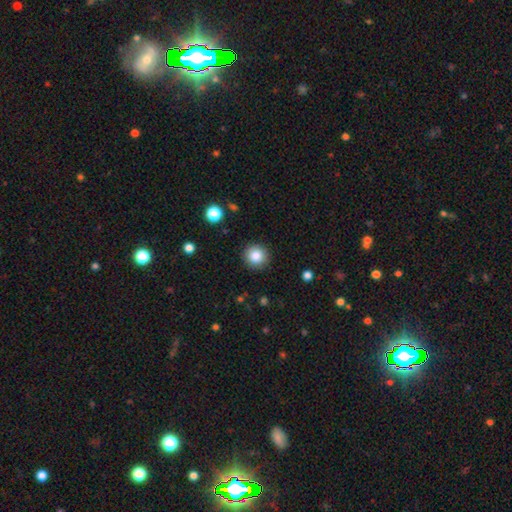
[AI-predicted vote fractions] Overall: smooth (85%). How rounded: round (94%). Merging: none (90%).